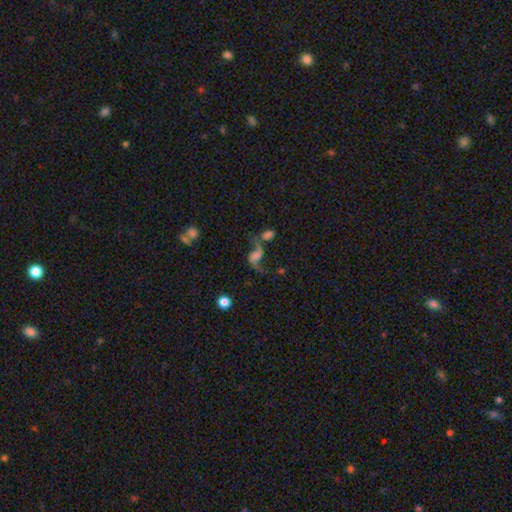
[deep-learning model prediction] This appears to be a featured or disk galaxy (66%) with no bar (54%), 2 (87%) loose (90%) spiral arms (89%) and no central bulge (39%). Merging: none (42%).